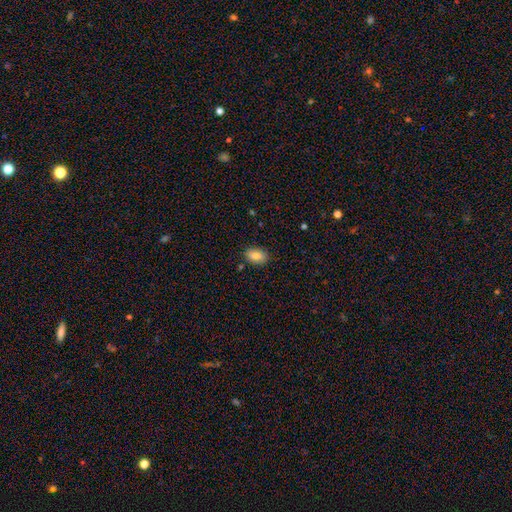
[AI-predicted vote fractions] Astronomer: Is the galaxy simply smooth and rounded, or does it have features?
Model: smooth — 81%.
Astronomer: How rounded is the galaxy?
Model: in between — 87%.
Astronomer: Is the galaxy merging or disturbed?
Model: none — 86%.